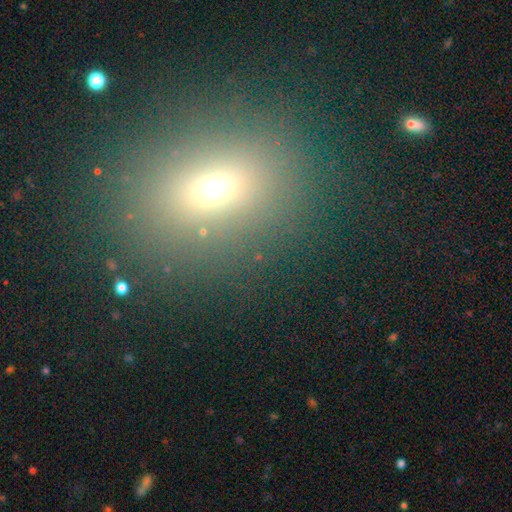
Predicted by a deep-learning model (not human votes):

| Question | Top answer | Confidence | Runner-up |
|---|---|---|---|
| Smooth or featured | smooth | 61% | star or artifact (27%) |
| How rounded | in between | 49% | tied: round (49%) |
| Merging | none | 85% | minor disturbance (8%) |